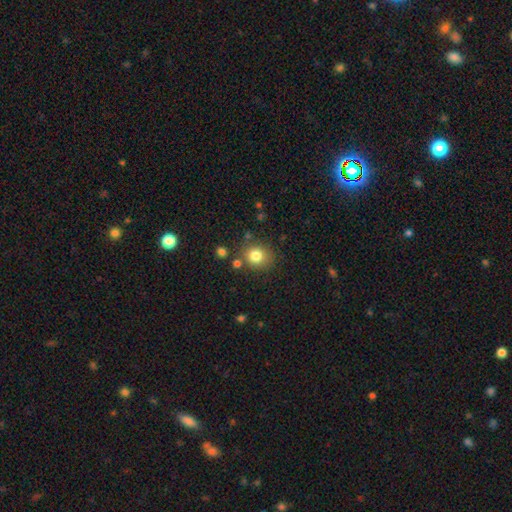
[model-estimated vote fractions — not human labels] The model was most divided on "how rounded": round: 81%, in between: 18%, cigar-shaped: 1%. More confident: smooth or featured — smooth (81%); merging — none (76%).